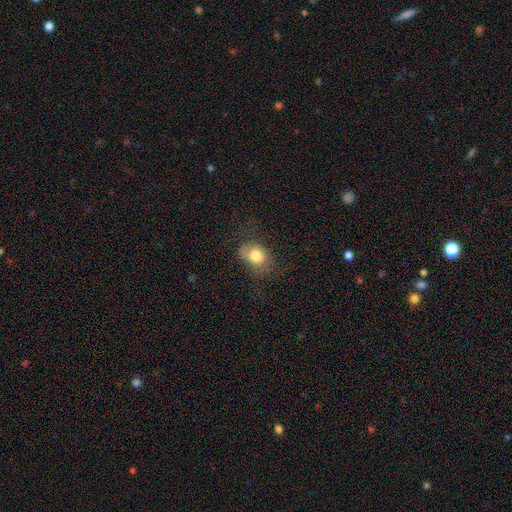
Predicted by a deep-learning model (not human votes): This is likely a smooth galaxy (77%). How rounded: possibly in between (59%). Merging: possibly none (49%).